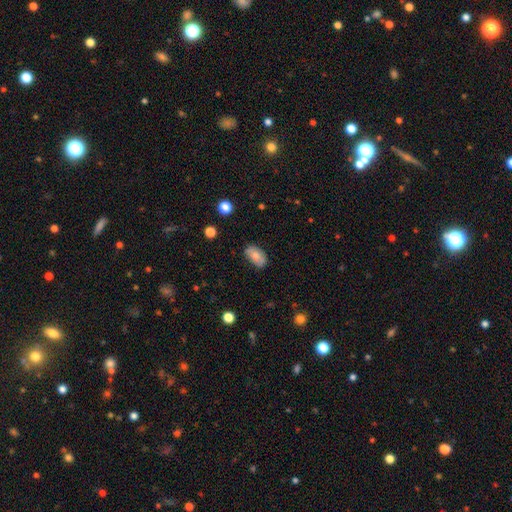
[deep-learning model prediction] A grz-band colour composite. It shows a smooth galaxy with no disk features (71%) that is in between round and cigar-shaped (91%). Merging: none (68%).